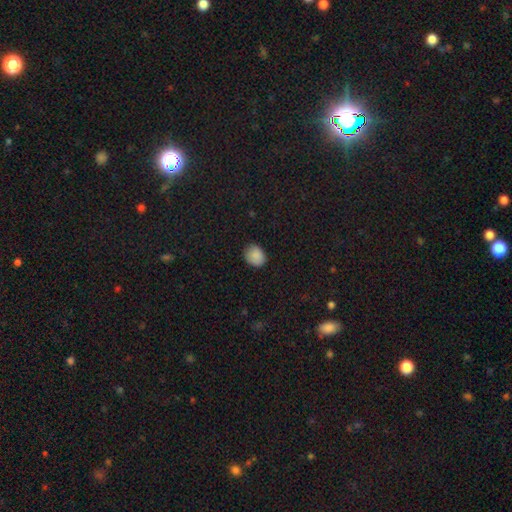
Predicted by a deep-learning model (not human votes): A smooth galaxy with no disk features (87%) that is round (58%).

Vote fractions:
- Smooth or featured? smooth: 87% / star or artifact: 9% / featured or disk: 4%
- How rounded? round: 58% / in between: 41% / cigar-shaped: 1%
- Merging? none: 82% / minor disturbance: 14% / major disturbance: 3% / merger: 1%